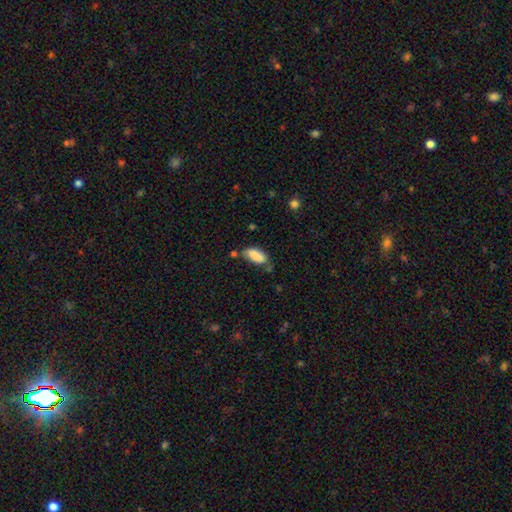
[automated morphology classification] A smooth galaxy with no disk features (86%) that is in between round and cigar-shaped (85%).

Vote fractions:
- Smooth or featured? smooth: 86% / featured or disk: 7% / star or artifact: 7%
- How rounded? in between: 85% / cigar-shaped: 13% / round: 2%
- Merging? none: 60% / minor disturbance: 25% / merger: 10% / major disturbance: 6%